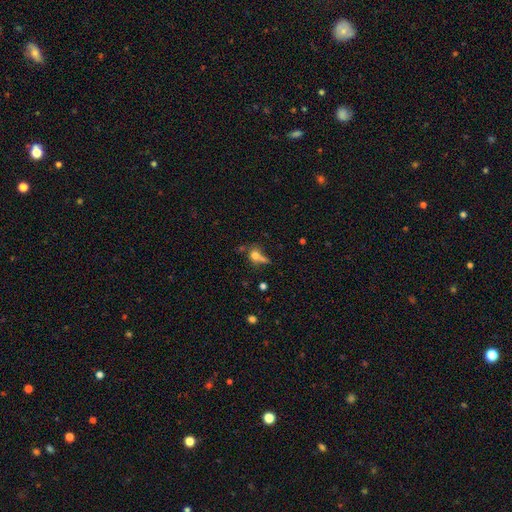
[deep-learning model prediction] Overall: smooth (65%). How rounded: round (60%; in between 34%). Merging: none (37%; merger 29%).